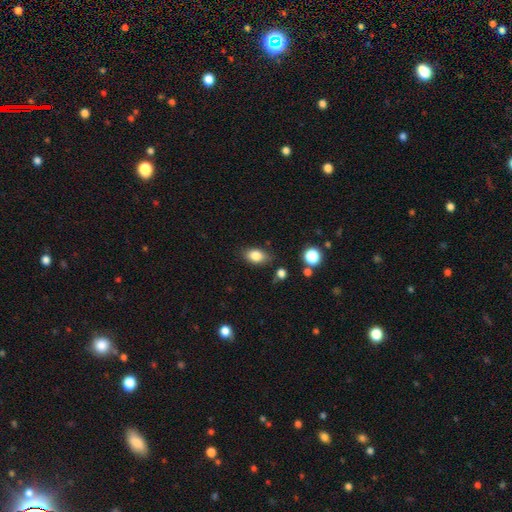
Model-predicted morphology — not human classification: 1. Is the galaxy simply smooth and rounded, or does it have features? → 82% smooth, 9% star or artifact, 9% featured or disk.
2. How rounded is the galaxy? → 84% in between, 14% round, 2% cigar-shaped.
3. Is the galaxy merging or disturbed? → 78% none, 16% minor disturbance, 4% major disturbance, 3% merger.